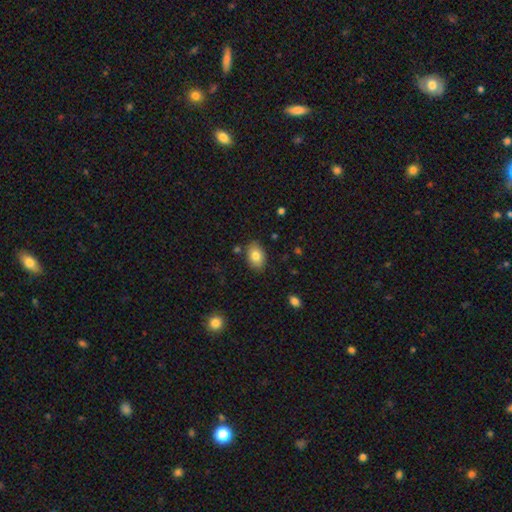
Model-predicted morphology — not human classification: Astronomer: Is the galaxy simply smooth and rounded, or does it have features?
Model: smooth — 81%.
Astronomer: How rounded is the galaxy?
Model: in between — 84%.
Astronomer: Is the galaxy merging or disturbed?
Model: none — 84%.